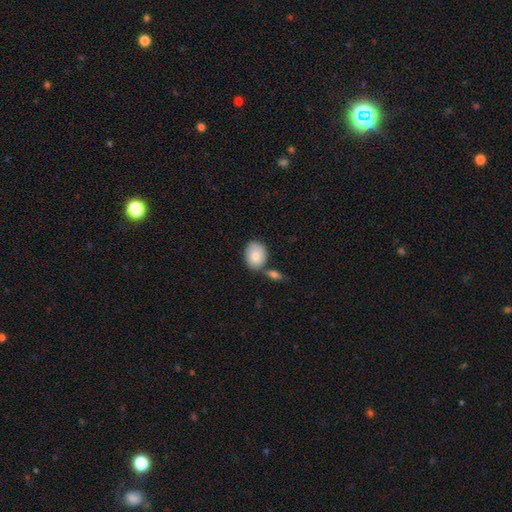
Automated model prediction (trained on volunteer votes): Morphology: type=smooth (83%); roundness=in between (68%); merging=none (59%).